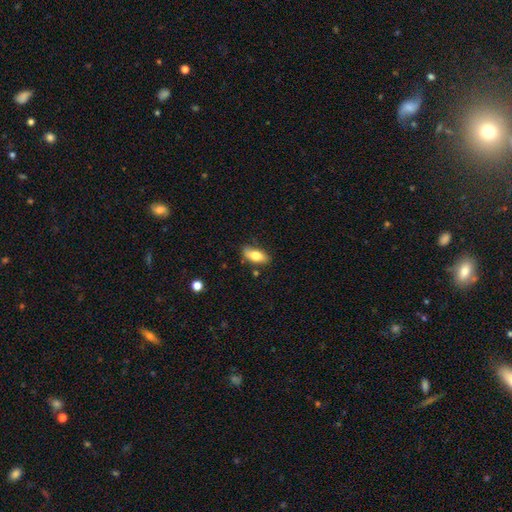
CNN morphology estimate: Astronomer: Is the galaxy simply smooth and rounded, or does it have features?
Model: smooth — 74%.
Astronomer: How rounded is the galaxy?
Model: in between — 86%.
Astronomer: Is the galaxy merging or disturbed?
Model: none — 72%.